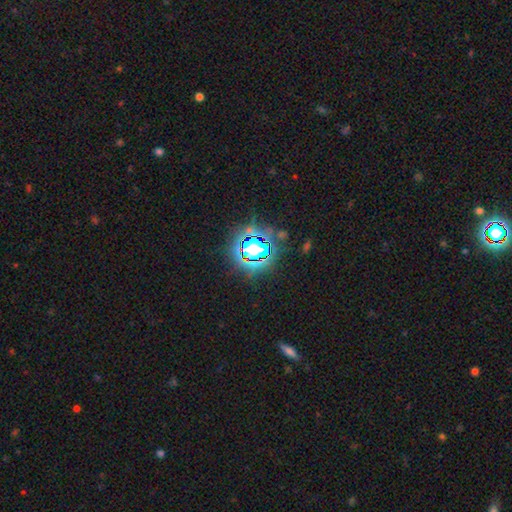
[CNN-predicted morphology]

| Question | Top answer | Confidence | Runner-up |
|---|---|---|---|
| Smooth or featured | star or artifact | 80% | smooth (12%) |